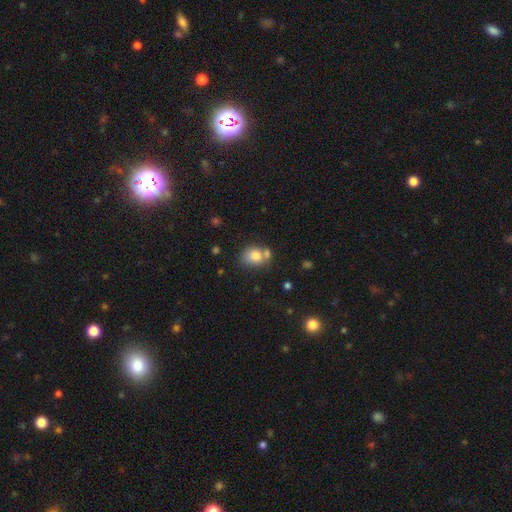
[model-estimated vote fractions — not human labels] Smooth or featured: smooth — 79% (featured or disk — 11%)
How rounded: round — 53% (in between — 46%)
Merging: none — 51% (merger — 28%)